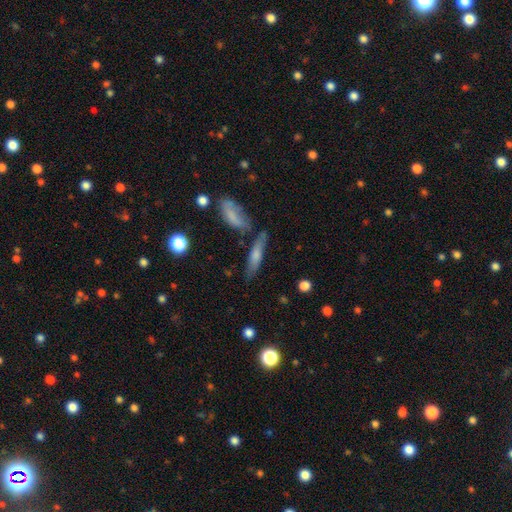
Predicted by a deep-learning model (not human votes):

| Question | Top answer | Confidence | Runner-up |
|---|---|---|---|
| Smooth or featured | smooth | 61% | featured or disk (32%) |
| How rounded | cigar-shaped | 71% | in between (26%) |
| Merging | none | 67% | minor disturbance (16%) |